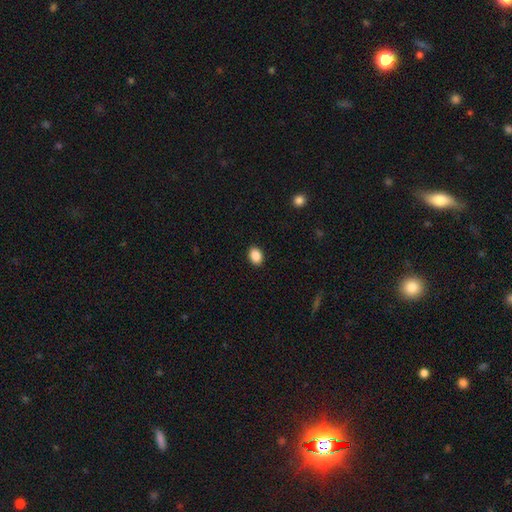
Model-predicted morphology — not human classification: Smooth or featured? Predicted: smooth (p=0.89). How rounded? Predicted: in between (p=0.68). Merging? Predicted: none (p=0.90).